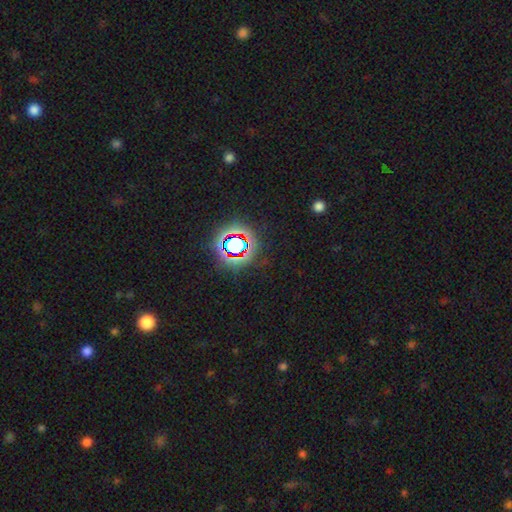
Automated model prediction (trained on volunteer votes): Morphology: type=star or artifact (80%).